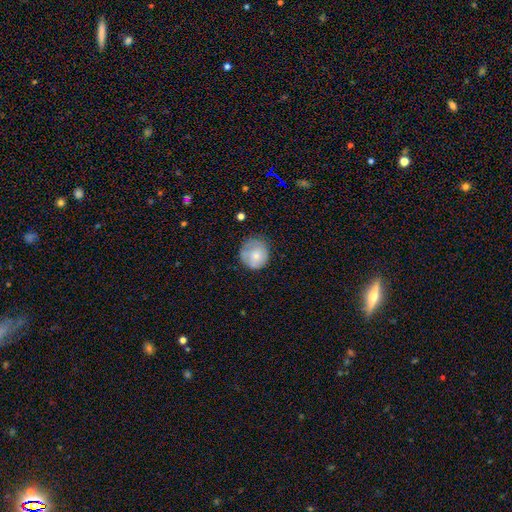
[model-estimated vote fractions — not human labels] smooth-or-featured: smooth: 69% | featured or disk: 23% | star or artifact: 8%
  how-rounded: round: 86% | in between: 13% | cigar-shaped: 1%
  merging: none: 63% | minor disturbance: 26% | major disturbance: 9% | merger: 2%